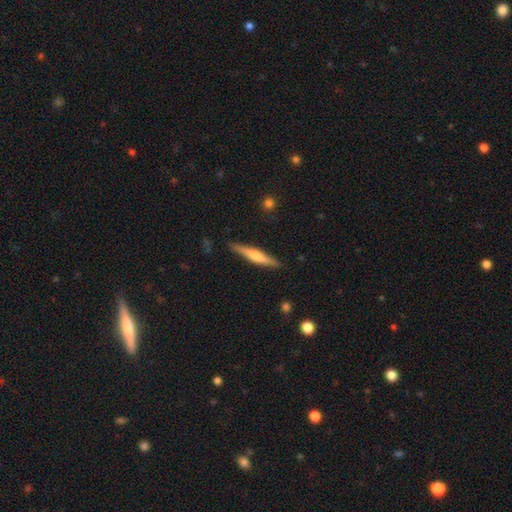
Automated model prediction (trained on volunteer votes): This appears to be a featured or disk galaxy (48%). Merging: none (86%).